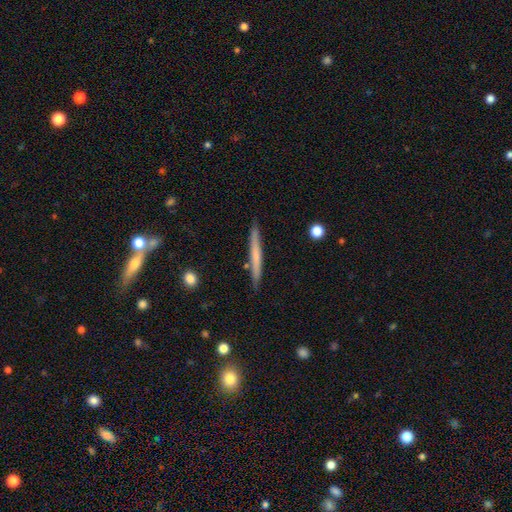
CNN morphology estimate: type=smooth (55%); roundness=cigar-shaped (97%); merging=none (88%).